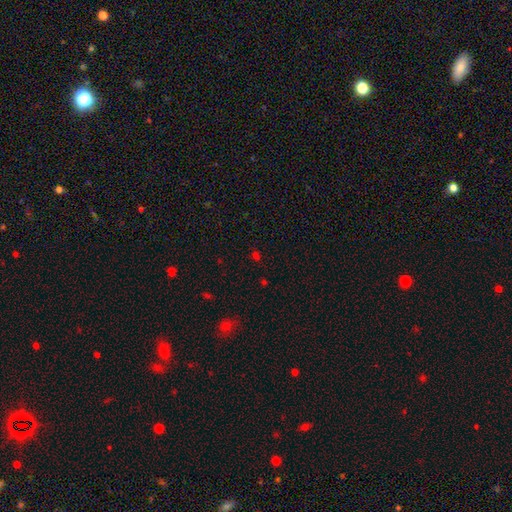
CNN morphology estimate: This appears to be a star or artifact, not a galaxy (48%).